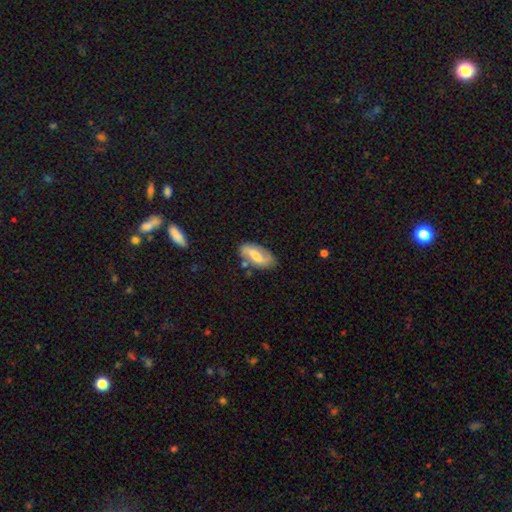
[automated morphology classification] Q: Smooth or featured?
A: featured or disk (58%); runner-up: smooth (36%)
Q: Edge-on disk?
A: no (91%); runner-up: yes (9%)
Q: Bar?
A: weak (47%); runner-up: strong (30%)
Q: Spiral arms?
A: yes (79%); runner-up: no (21%)
Q: Bulge size?
A: moderate (59%); runner-up: small (29%)
Q: Merging?
A: none (76%); runner-up: minor disturbance (16%)